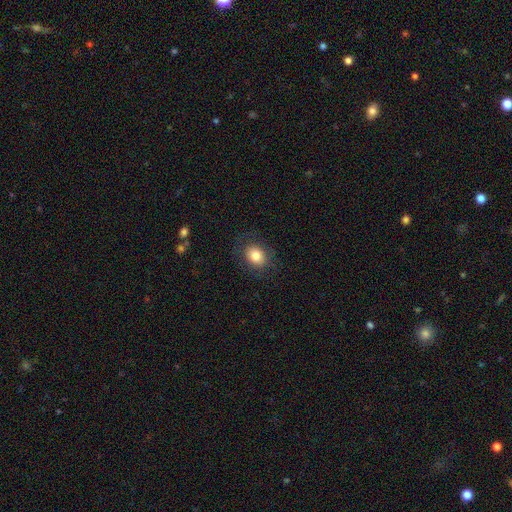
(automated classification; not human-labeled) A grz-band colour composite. It shows a smooth galaxy with no disk features (80%) that is round (55%). Merging: none (83%).